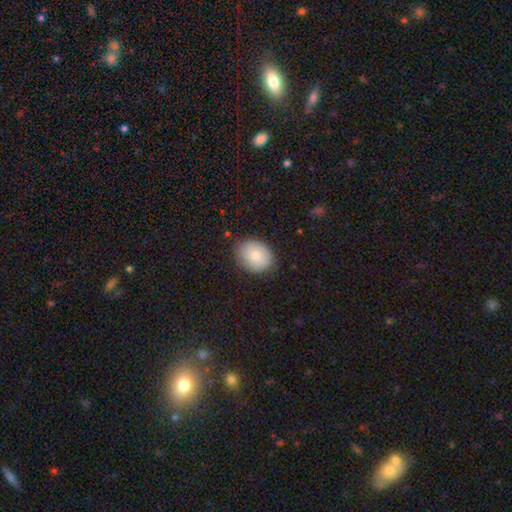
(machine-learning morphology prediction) Smooth or featured? smooth (81%)
How rounded? in between (57%)
Merging? none (80%)